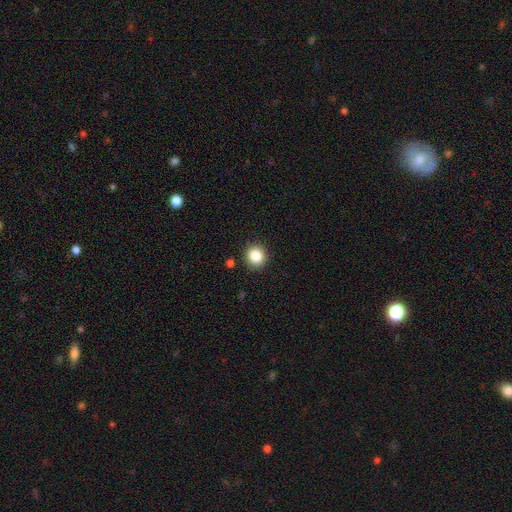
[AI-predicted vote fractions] smooth 85%, star or artifact 10%, featured or disk 5%. Down the decision tree: how rounded — round (88%); merging — none (90%).